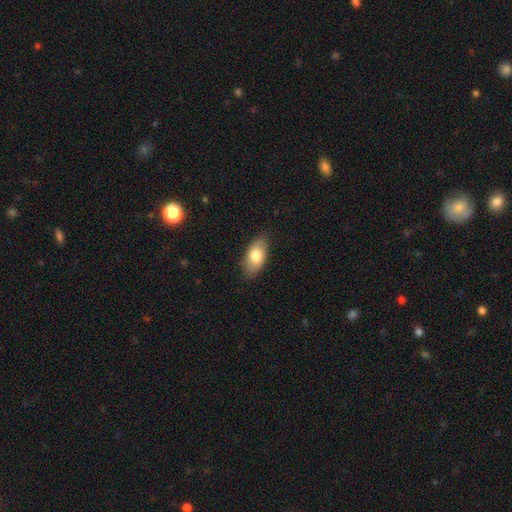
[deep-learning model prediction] This is likely a smooth galaxy (79%). How rounded: clearly in between (91%). Merging: clearly none (83%).